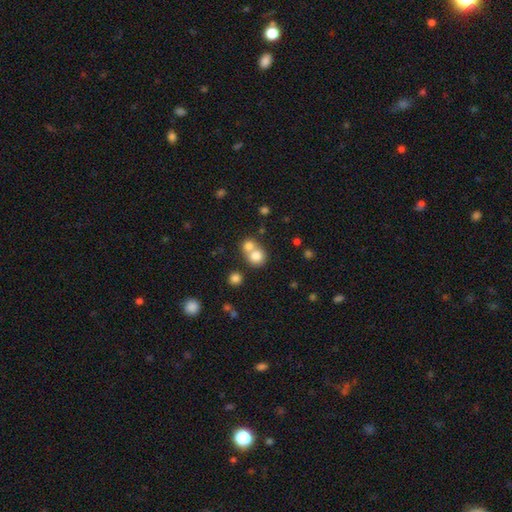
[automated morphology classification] This appears to be a smooth galaxy with no disk features (78%) that is round (83%). Merging: merger (57%).